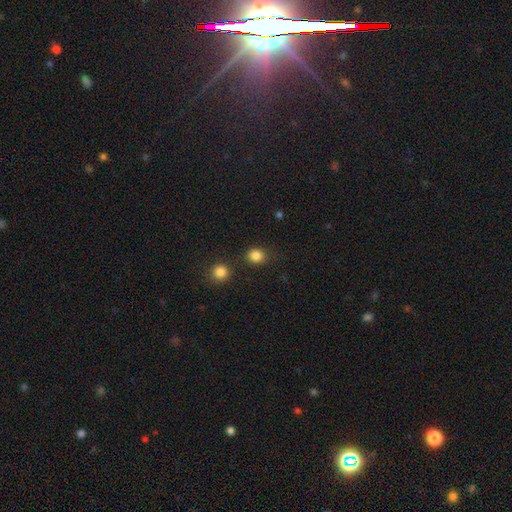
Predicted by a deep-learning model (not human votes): Morphology: type=smooth (84%); roundness=round (79%); merging=none (83%).